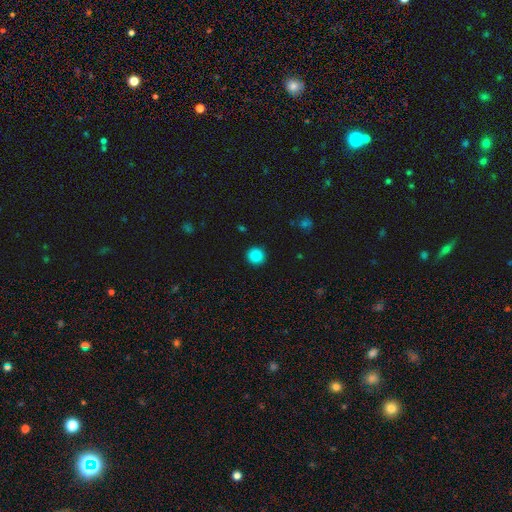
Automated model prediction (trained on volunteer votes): Morphology: type=smooth (87%); roundness=round (95%); merging=none (93%).